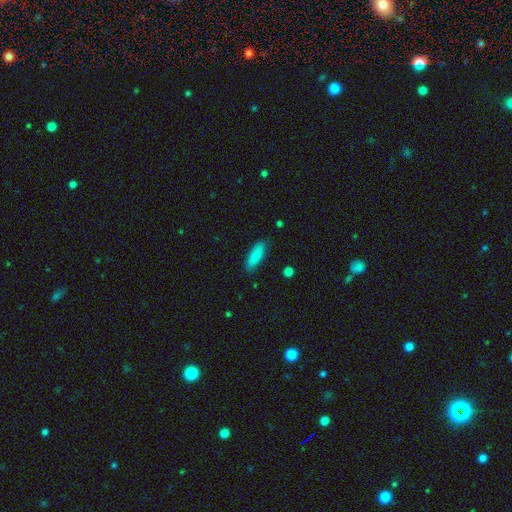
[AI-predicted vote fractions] Smooth or featured?
  - smooth: 85% *
  - featured or disk: 8%
  - star or artifact: 6%
How rounded?
  - in between: 51% *
  - cigar-shaped: 47%
  - round: 2%
Merging?
  - none: 85% *
  - minor disturbance: 11%
  - major disturbance: 2%
  - merger: 1%